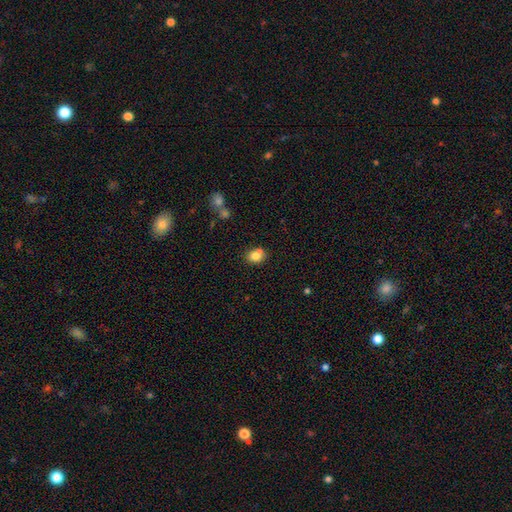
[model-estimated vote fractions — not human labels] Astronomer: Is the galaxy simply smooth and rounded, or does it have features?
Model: smooth — 80%.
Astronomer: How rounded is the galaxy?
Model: round — 56% (runner-up: in between, 43%).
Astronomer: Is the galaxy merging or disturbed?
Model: none — 57%.